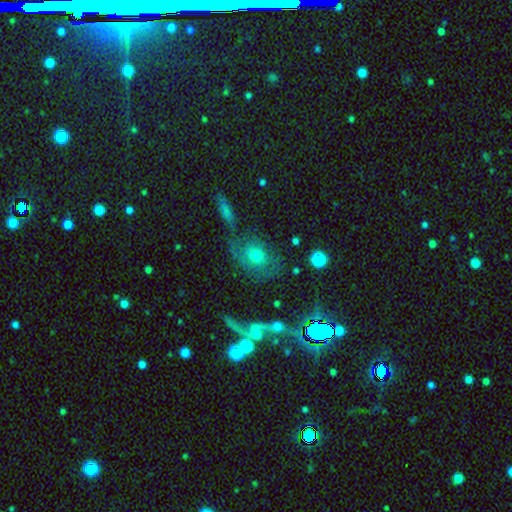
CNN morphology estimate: This appears to be a featured or disk galaxy (44%). Merging: none (47%).